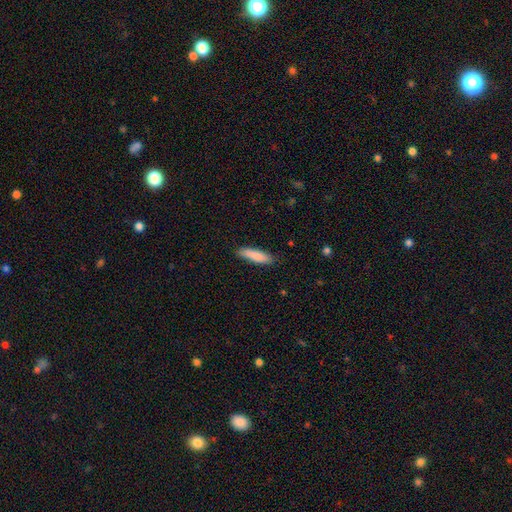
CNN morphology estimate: smooth_or_featured: smooth (p=0.85) [alt: featured or disk p=0.09]
how_rounded: cigar-shaped (p=0.71) [alt: in between p=0.28]
merging: none (p=0.85) [alt: minor disturbance p=0.12]